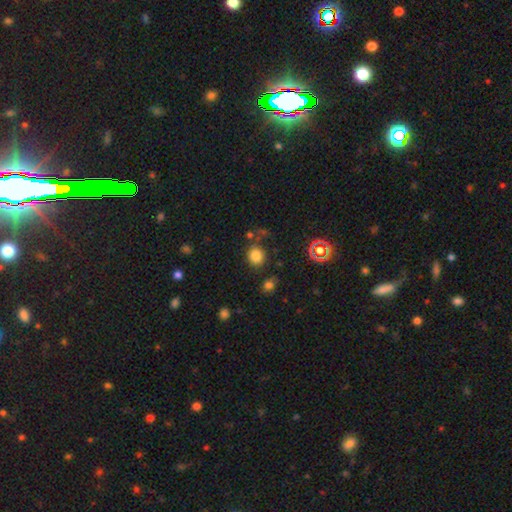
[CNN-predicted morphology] Smooth or featured?
  - smooth: 80% *
  - star or artifact: 14%
  - featured or disk: 6%
How rounded?
  - round: 81% *
  - in between: 18%
  - cigar-shaped: 1%
Merging?
  - none: 75% *
  - minor disturbance: 13%
  - merger: 7%
  - major disturbance: 5%